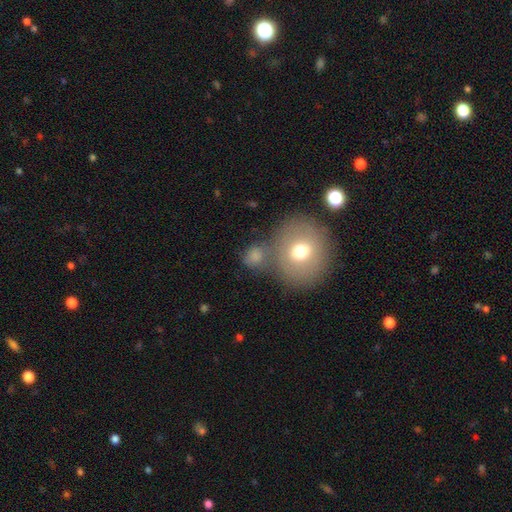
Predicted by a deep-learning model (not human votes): A smooth galaxy with no disk features (74%) that is round (71%). Merging: none (47%).